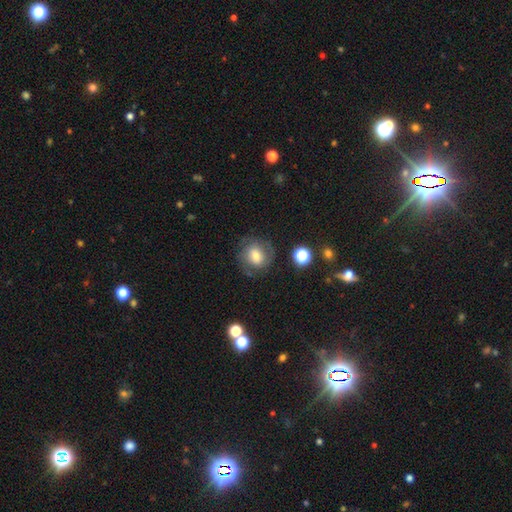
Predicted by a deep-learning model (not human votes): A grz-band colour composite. It shows a featured or disk galaxy (45%, tied with smooth). Merging: none (70%).